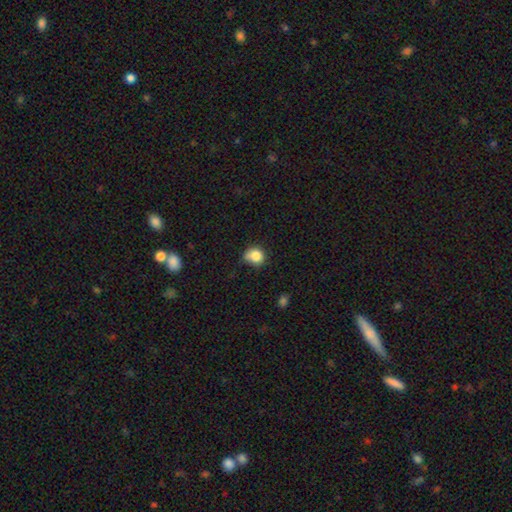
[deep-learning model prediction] This is clearly a smooth galaxy (83%). How rounded: likely round (76%). Merging: possibly none (54%).